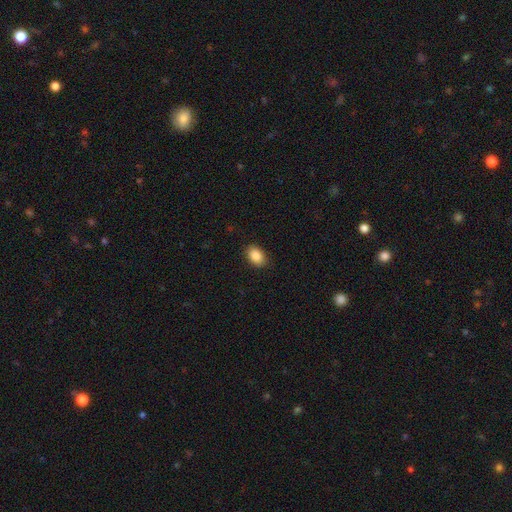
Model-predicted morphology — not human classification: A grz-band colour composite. It shows a smooth galaxy with no disk features (89%) that is in between round and cigar-shaped (81%). Merging: none (86%).